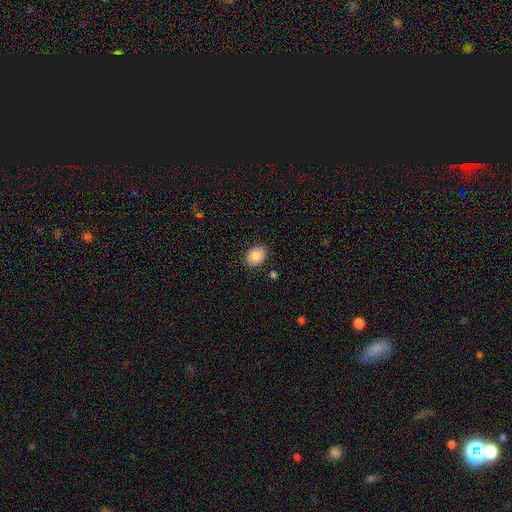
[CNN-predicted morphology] This is clearly a smooth galaxy (86%). How rounded: likely in between (71%). Merging: clearly none (86%).